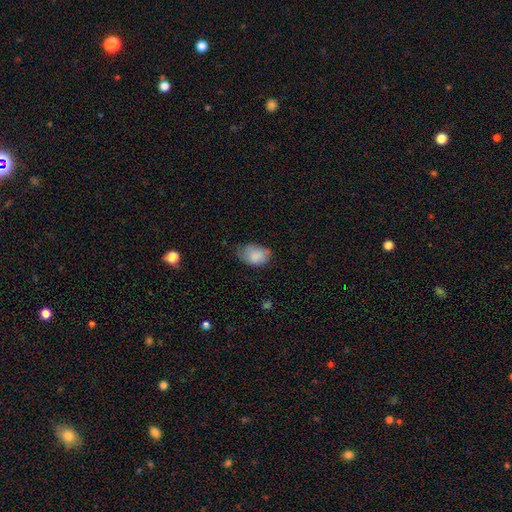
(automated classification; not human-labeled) Overall: smooth (84%). How rounded: in between (83%). Merging: none (50%; minor disturbance 38%).